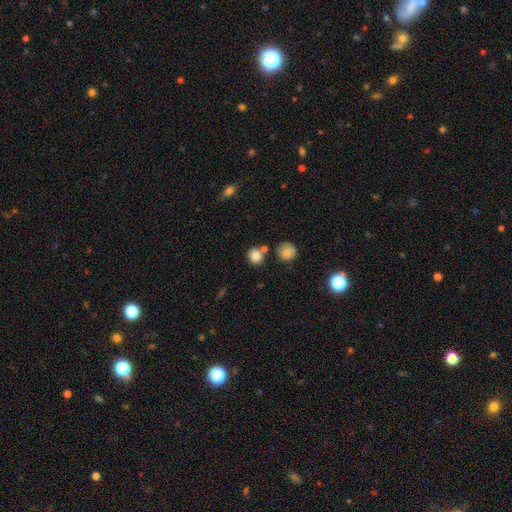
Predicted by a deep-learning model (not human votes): Smooth or featured: smooth — 84% (star or artifact — 11%)
How rounded: round — 85% (in between — 13%)
Merging: none — 68% (merger — 18%)